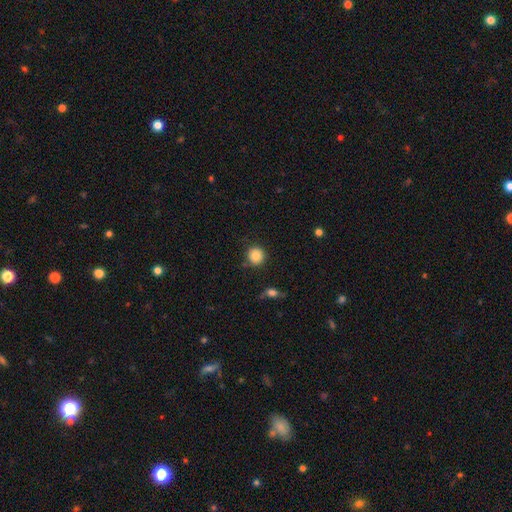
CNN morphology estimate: A smooth galaxy with no disk features (85%) that is round (92%). Merging: none (85%).